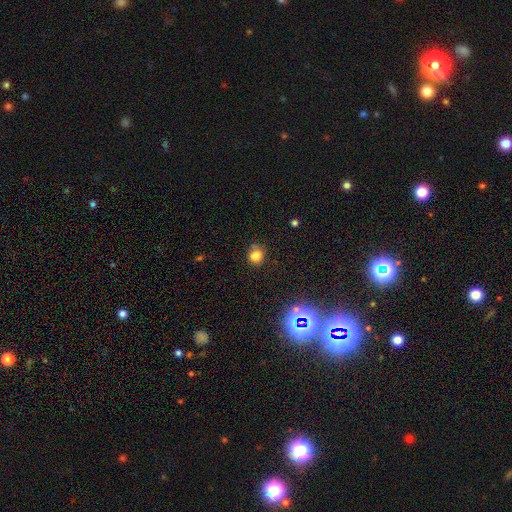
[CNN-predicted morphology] type=smooth (78%); roundness=round (76%); merging=none (69%).